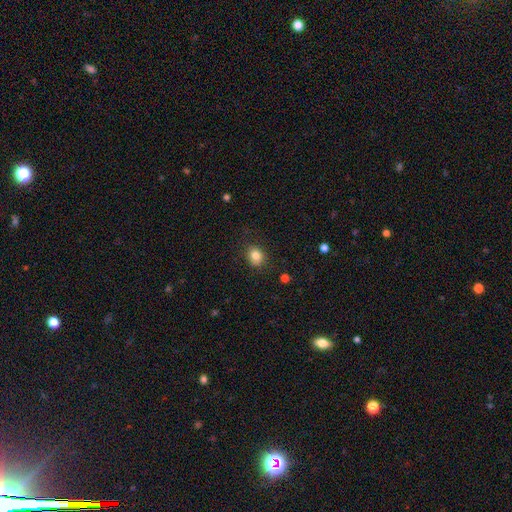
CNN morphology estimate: Q: Smooth or featured?
A: smooth (82%); runner-up: star or artifact (11%)
Q: How rounded?
A: round (60%); runner-up: in between (39%)
Q: Merging?
A: none (84%); runner-up: minor disturbance (12%)